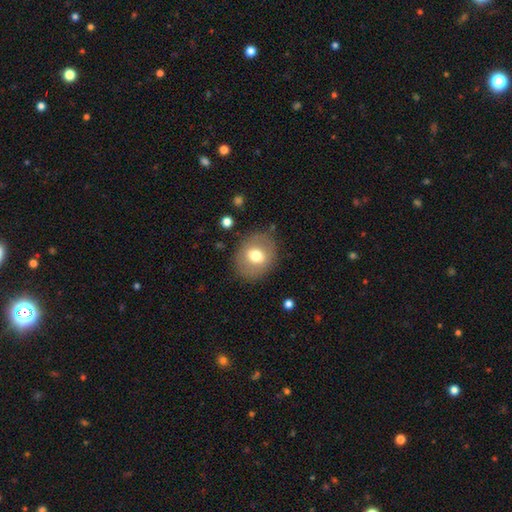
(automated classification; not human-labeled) A smooth galaxy with no disk features (67%) that is round (58%).

Vote fractions:
- Smooth or featured? smooth: 67% / featured or disk: 25% / star or artifact: 8%
- How rounded? round: 58% / in between: 41% / cigar-shaped: 1%
- Merging? none: 82% / minor disturbance: 12% / major disturbance: 5% / merger: 2%